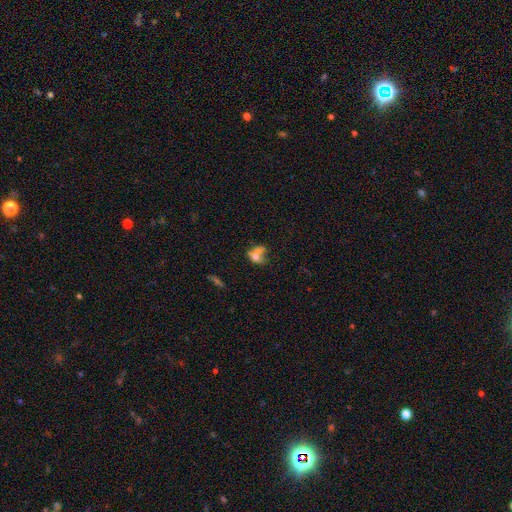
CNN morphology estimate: smooth 62%, featured or disk 25%, star or artifact 13%. Down the decision tree: how rounded — in between (56%); merging — merger (43%).